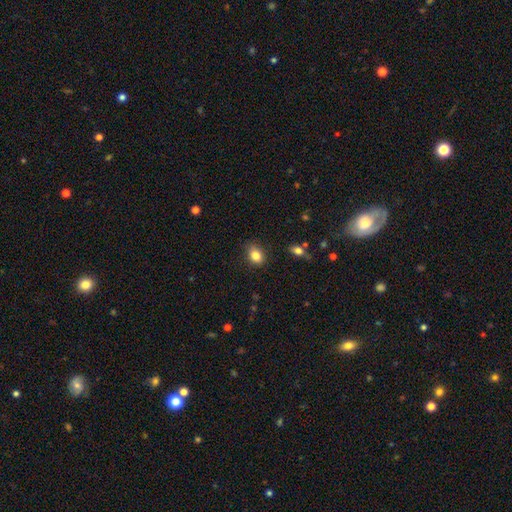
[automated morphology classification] This appears to be a smooth galaxy with no disk features (84%) that is in between round and cigar-shaped (61%). Merging: none (77%).